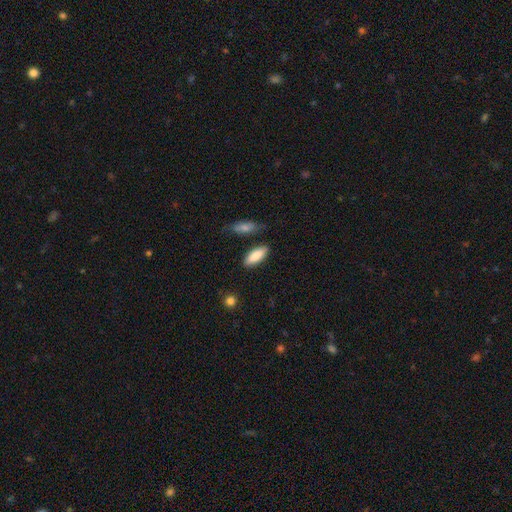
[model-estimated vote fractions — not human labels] This appears to be a smooth galaxy with no disk features (85%) that is in between round and cigar-shaped (70%). Merging: none (79%).